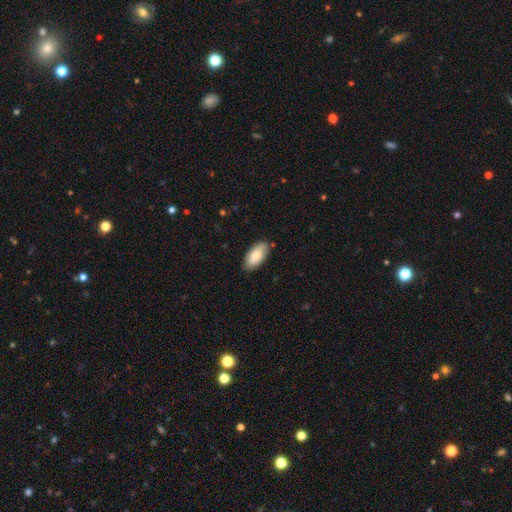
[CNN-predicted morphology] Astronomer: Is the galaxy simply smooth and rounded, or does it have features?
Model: smooth — 84%.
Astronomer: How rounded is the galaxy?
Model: in between — 93%.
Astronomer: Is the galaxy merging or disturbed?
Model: none — 84%.